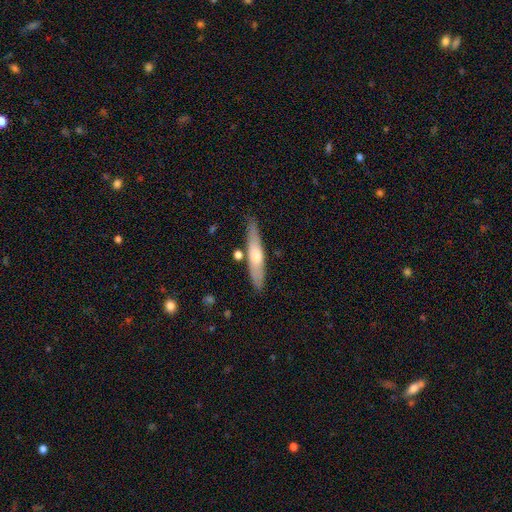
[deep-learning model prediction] smooth_or_featured: smooth (p=0.49) [alt: featured or disk p=0.45]
merging: none (p=0.81) [alt: minor disturbance p=0.13]